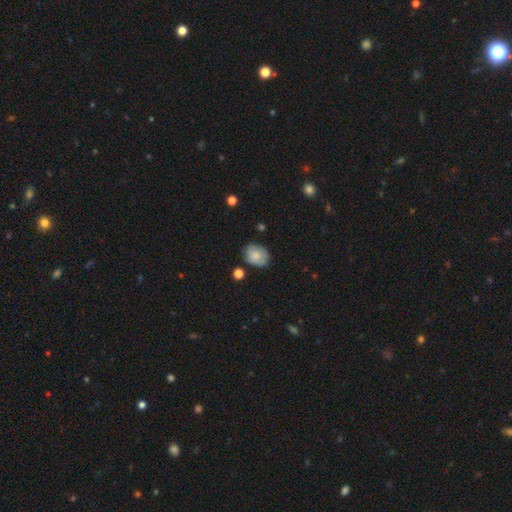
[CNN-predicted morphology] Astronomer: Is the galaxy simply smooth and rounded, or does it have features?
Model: smooth — 74%.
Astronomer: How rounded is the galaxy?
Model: in between — 57% (runner-up: round, 42%).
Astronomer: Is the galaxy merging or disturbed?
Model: none — 71%.